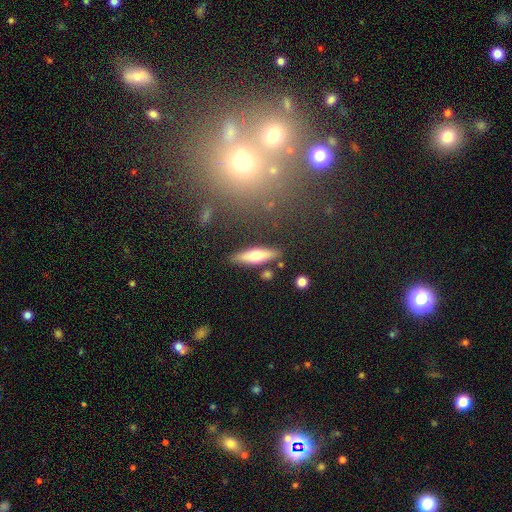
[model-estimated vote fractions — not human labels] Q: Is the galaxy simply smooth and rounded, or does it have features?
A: smooth — 54%.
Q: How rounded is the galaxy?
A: cigar-shaped — 63%.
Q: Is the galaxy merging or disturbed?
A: none — 81%.